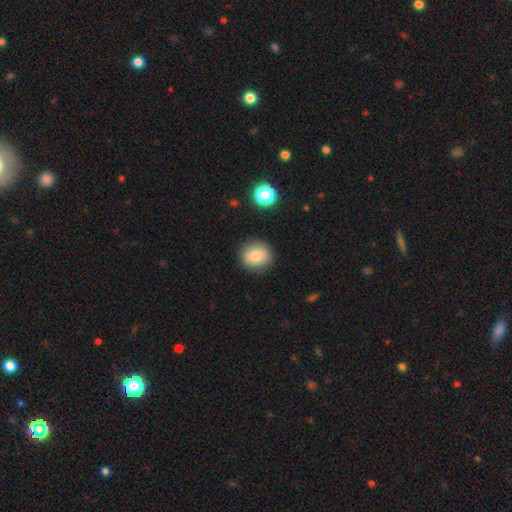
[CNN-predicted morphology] Smooth or featured?
  - smooth: 81% *
  - star or artifact: 10%
  - featured or disk: 9%
How rounded?
  - round: 84% *
  - in between: 15%
  - cigar-shaped: 1%
Merging?
  - none: 88% *
  - minor disturbance: 8%
  - major disturbance: 2%
  - merger: 1%